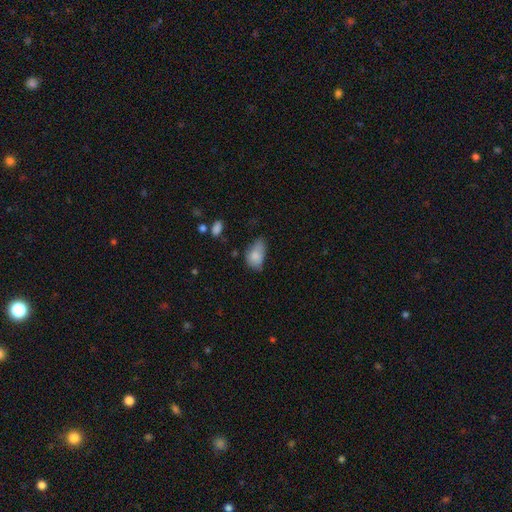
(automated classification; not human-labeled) Smooth or featured? smooth (80%)
How rounded? in between (88%)
Merging? minor disturbance (45%)